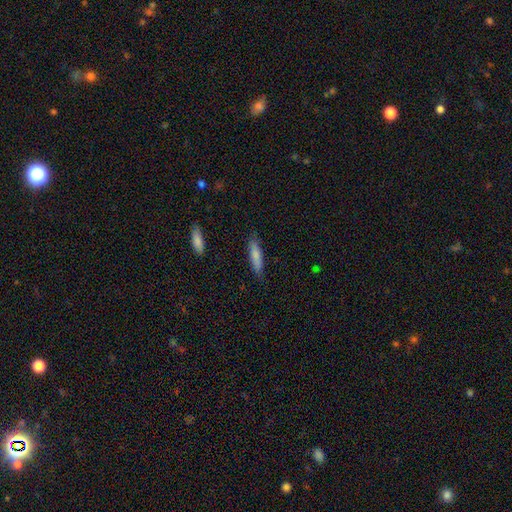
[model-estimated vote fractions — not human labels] Overall: smooth (79%). How rounded: cigar-shaped (75%). Merging: none (83%).